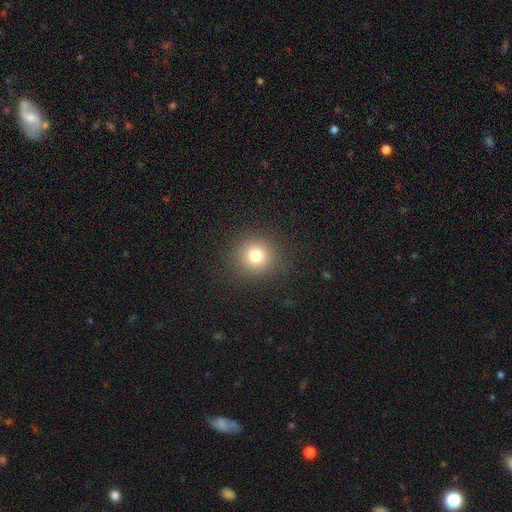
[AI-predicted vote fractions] smooth_or_featured: smooth (p=0.76) [alt: star or artifact p=0.15]
how_rounded: round (p=0.93) [alt: in between p=0.06]
merging: none (p=0.89) [alt: minor disturbance p=0.06]